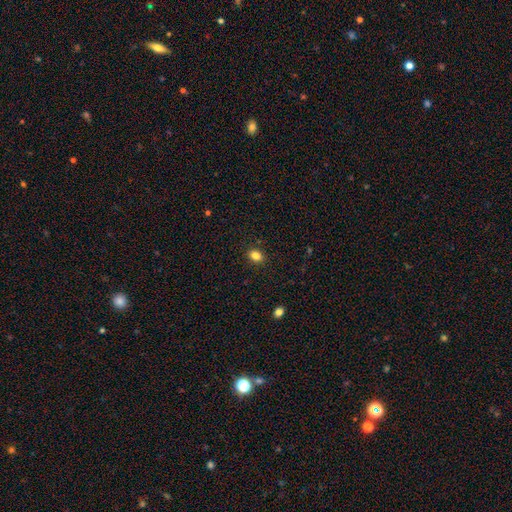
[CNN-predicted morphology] smooth-or-featured: smooth: 83% | star or artifact: 11% | featured or disk: 5%
  how-rounded: in between: 61% | round: 38% | cigar-shaped: 1%
  merging: none: 89% | minor disturbance: 8% | major disturbance: 2% | merger: 1%